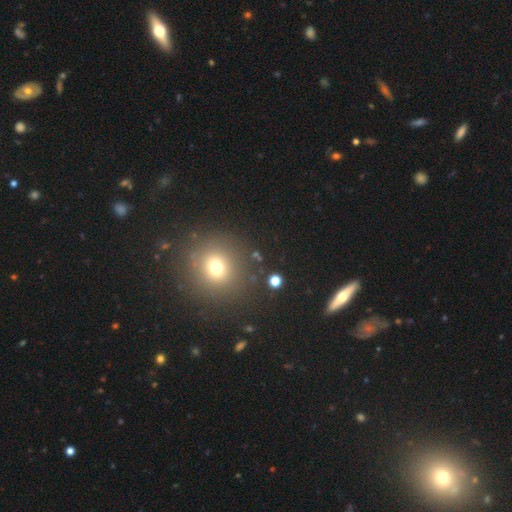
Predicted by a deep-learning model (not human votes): A smooth galaxy with no disk features (59%) that is round (84%).

Vote fractions:
- Smooth or featured? smooth: 59% / star or artifact: 26% / featured or disk: 15%
- How rounded? round: 84% / in between: 13% / cigar-shaped: 3%
- Merging? none: 85% / minor disturbance: 8% / major disturbance: 3% / merger: 3%